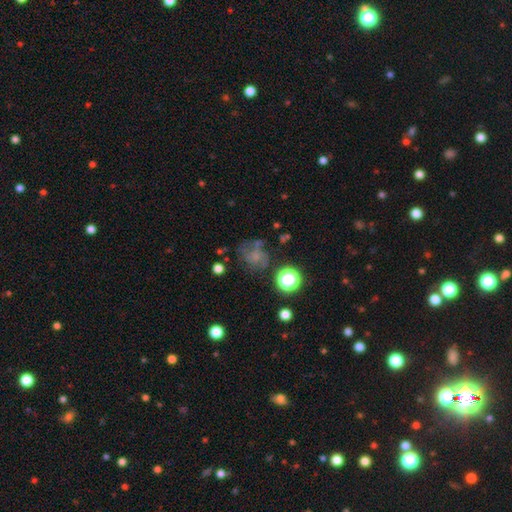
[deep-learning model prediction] Overall: smooth (45%; featured or disk 33%). Merging: none (49%; minor disturbance 23%).